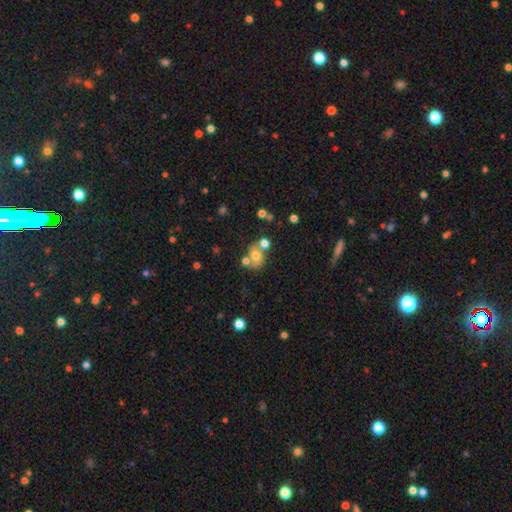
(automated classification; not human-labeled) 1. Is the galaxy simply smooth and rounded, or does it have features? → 62% smooth, 23% featured or disk, 14% star or artifact.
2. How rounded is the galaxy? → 55% round, 44% in between, 1% cigar-shaped.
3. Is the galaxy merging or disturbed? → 46% none, 34% merger, 13% minor disturbance, 6% major disturbance.